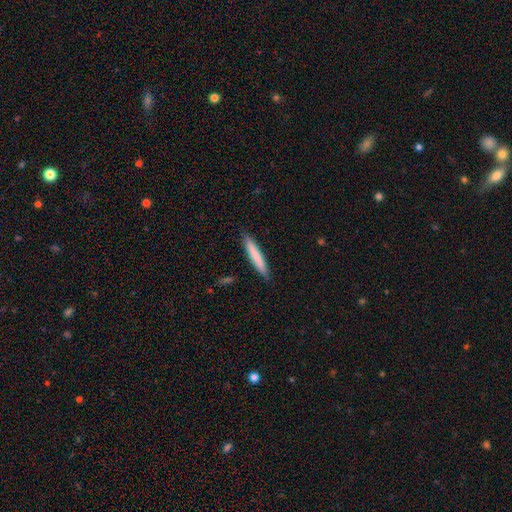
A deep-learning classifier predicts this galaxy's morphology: Overall: smooth (77%). How rounded: cigar-shaped (94%). Merging: none (90%).